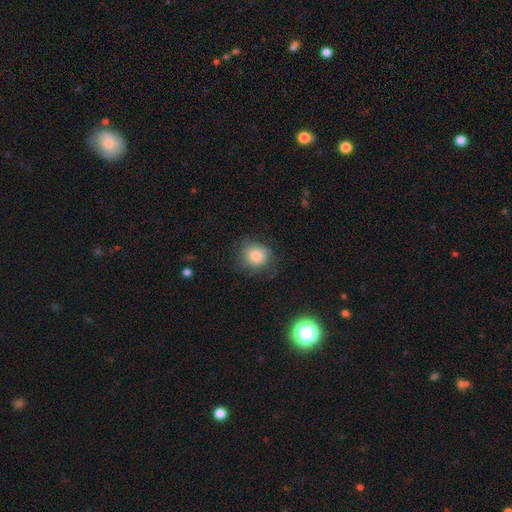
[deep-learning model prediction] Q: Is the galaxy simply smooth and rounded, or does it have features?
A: smooth — 81%.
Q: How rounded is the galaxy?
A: round — 85%.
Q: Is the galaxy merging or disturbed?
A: none — 71%.